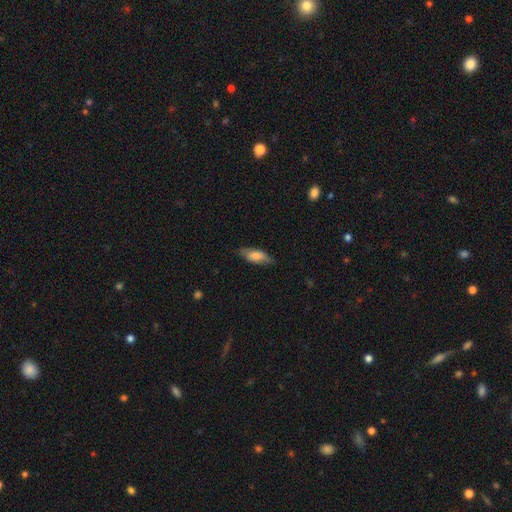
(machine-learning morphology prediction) This appears to be a smooth galaxy with no disk features (68%) that is in between round and cigar-shaped (72%). Merging: none (75%).